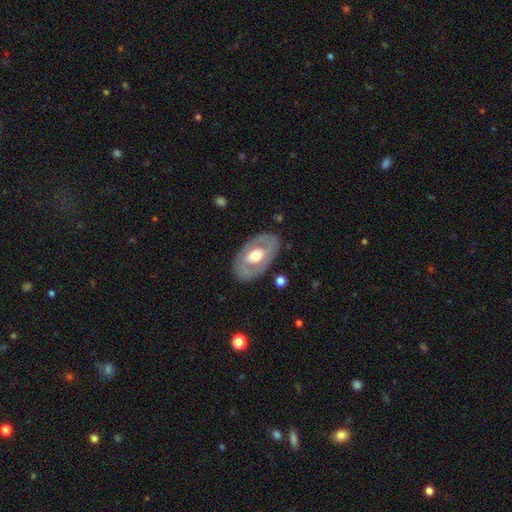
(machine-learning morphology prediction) This appears to be a featured or disk galaxy (63%) with no bar (67%), no spiral arms (71%) and a moderate central bulge (62%). Merging: none (82%).